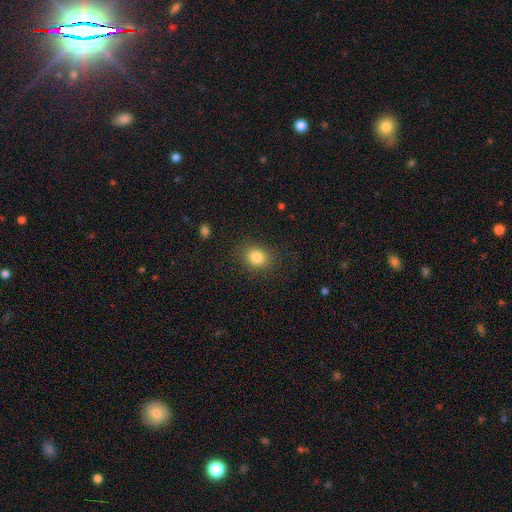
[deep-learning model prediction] Smooth or featured?
  - smooth: 80% *
  - star or artifact: 14%
  - featured or disk: 6%
How rounded?
  - round: 57% *
  - in between: 42%
  - cigar-shaped: 1%
Merging?
  - none: 88% *
  - minor disturbance: 9%
  - major disturbance: 3%
  - merger: 1%